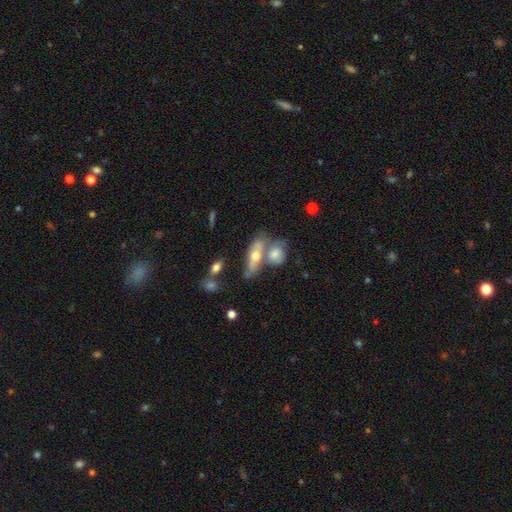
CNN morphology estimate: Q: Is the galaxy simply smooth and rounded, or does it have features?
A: smooth — 51%.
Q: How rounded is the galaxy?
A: in between — 58%.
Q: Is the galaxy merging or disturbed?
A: merger — 43%.